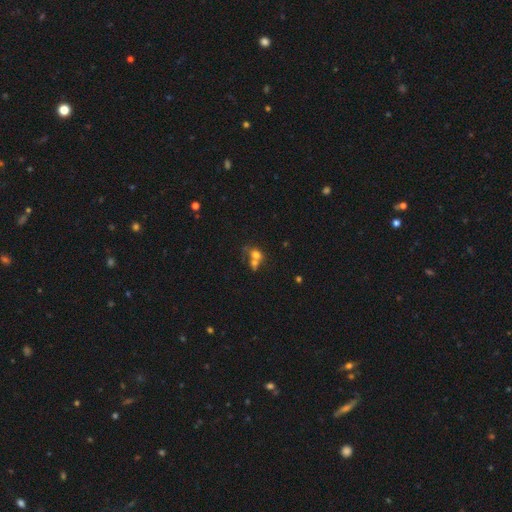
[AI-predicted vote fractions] Overall: smooth (65%). How rounded: round (55%; in between 43%). Merging: merger (59%; none 27%).